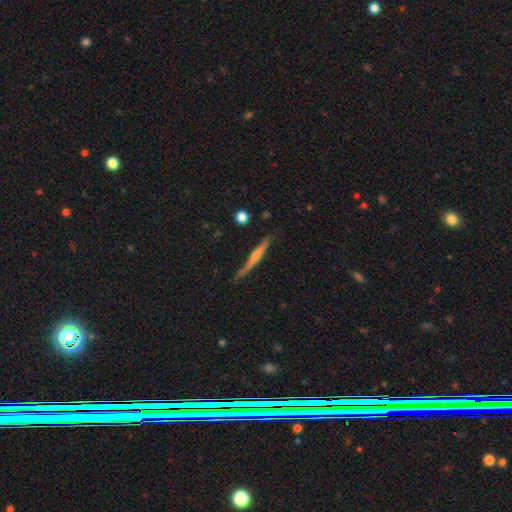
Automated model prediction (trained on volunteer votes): Overall: featured or disk (61%; smooth 33%). Edge-on disk: yes (97%). Edge-on bulge: rounded (60%; none 28%). Merging: none (79%).